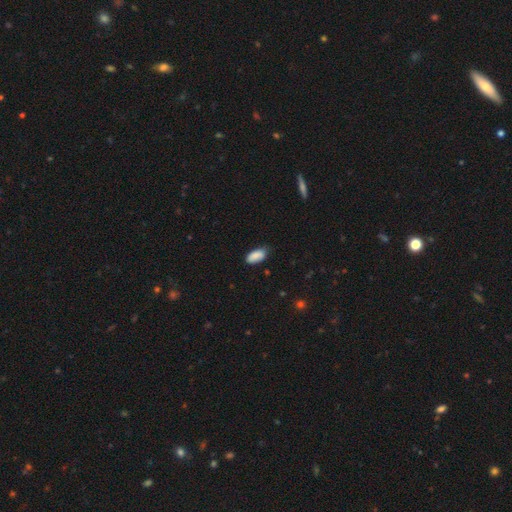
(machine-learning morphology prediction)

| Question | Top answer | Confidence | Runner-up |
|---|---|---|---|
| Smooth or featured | smooth | 87% | star or artifact (7%) |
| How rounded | in between | 91% | cigar-shaped (7%) |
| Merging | none | 70% | minor disturbance (25%) |